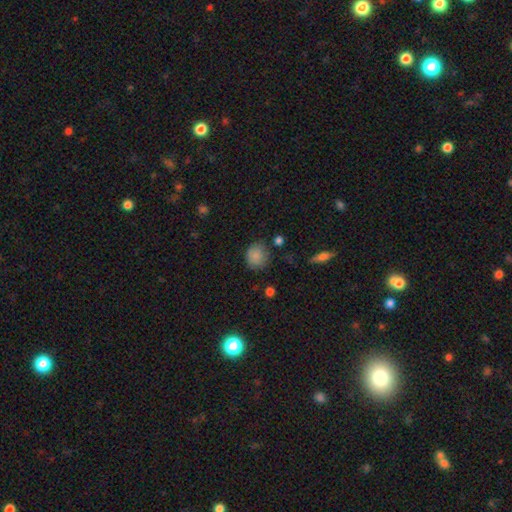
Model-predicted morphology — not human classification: The model was most divided on "merging": none: 71%, minor disturbance: 21%, major disturbance: 5%, merger: 3%. More confident: smooth or featured — smooth (83%); how rounded — round (75%).